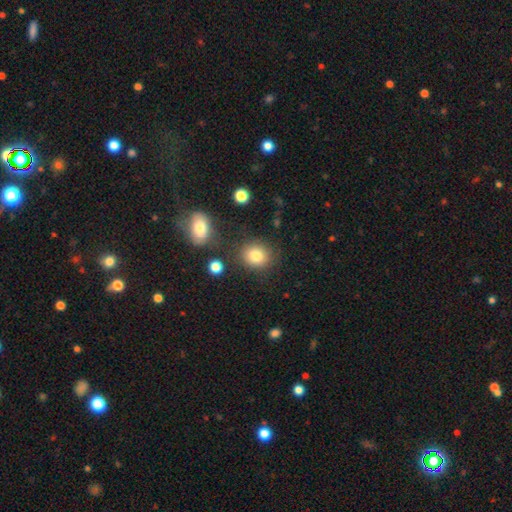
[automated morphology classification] A smooth galaxy with no disk features (83%) that is round (72%). Merging: none (79%).